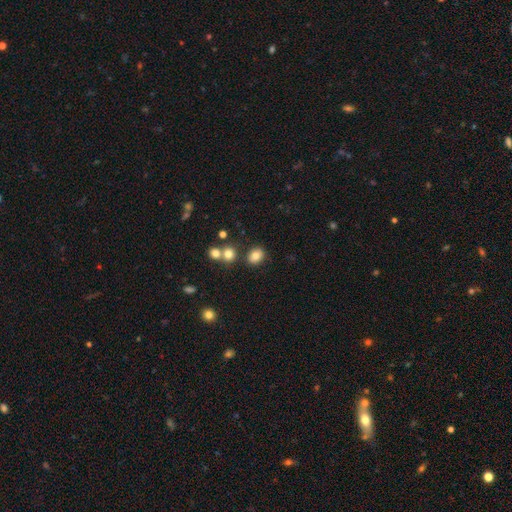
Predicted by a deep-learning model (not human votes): smooth_or_featured: smooth (p=0.80) [alt: star or artifact p=0.12]
how_rounded: round (p=0.51) [alt: in between p=0.48]
merging: none (p=0.78) [alt: minor disturbance p=0.10]